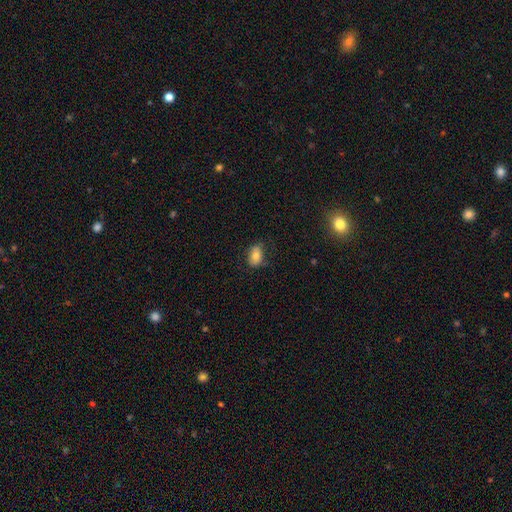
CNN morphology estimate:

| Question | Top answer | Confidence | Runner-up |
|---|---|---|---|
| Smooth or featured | smooth | 76% | featured or disk (15%) |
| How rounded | in between | 83% | round (15%) |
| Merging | none | 74% | minor disturbance (20%) |